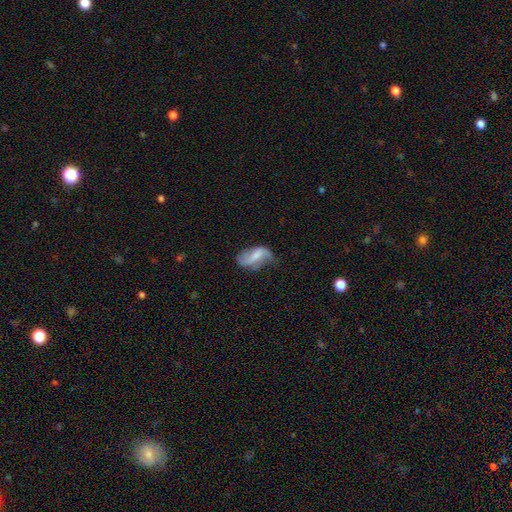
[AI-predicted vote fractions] A featured or disk galaxy (55%) with a weak bar (42%), spiral arms (79%) and a small central bulge (33%). Merging: none (47%).